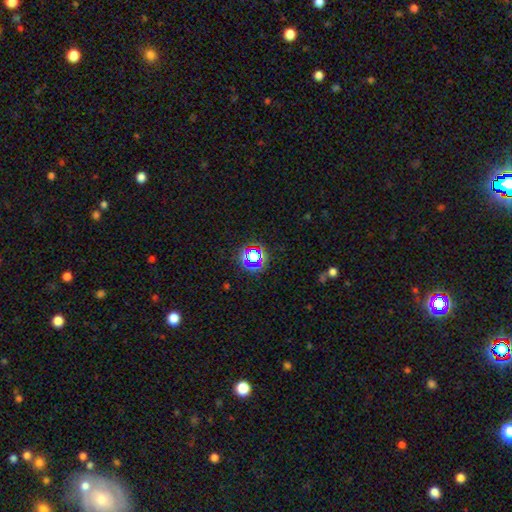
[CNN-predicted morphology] Smooth or featured? Predicted: star or artifact (p=0.64).